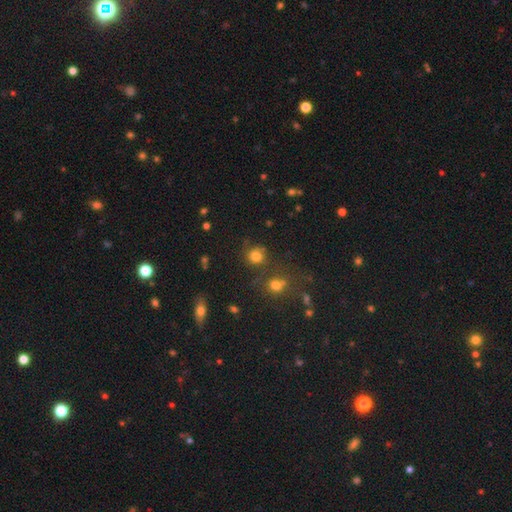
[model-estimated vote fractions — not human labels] smooth_or_featured: smooth (p=0.75) [alt: star or artifact p=0.16]
how_rounded: round (p=0.86) [alt: in between p=0.13]
merging: none (p=0.68) [alt: minor disturbance p=0.14]